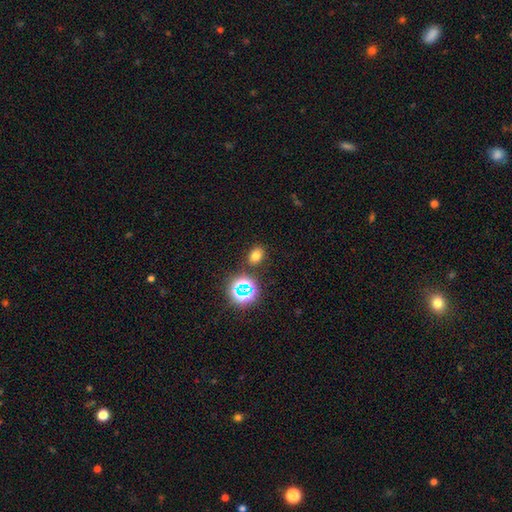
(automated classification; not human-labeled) Smooth or featured: smooth — 69% (star or artifact — 23%)
How rounded: in between — 61% (round — 38%)
Merging: none — 84% (minor disturbance — 9%)